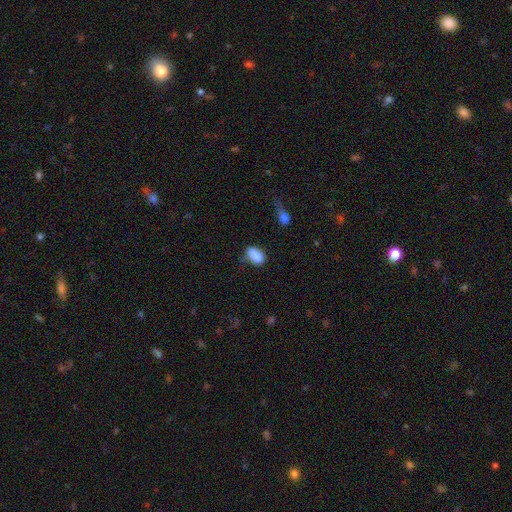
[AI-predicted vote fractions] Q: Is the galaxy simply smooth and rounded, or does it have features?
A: smooth — 84%.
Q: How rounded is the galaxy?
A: in between — 88%.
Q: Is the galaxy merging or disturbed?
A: none — 50%.